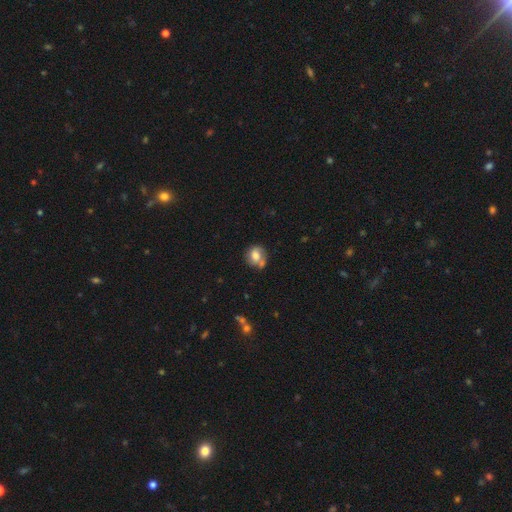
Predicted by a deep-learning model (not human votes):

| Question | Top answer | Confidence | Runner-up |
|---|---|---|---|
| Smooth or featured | smooth | 73% | featured or disk (18%) |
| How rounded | round | 75% | in between (24%) |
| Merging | none | 51% | merger (23%) |